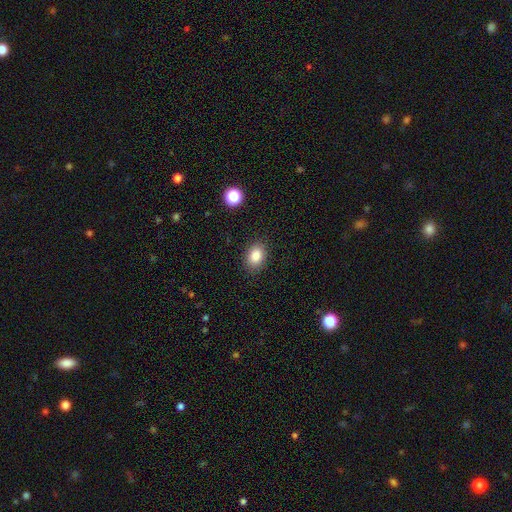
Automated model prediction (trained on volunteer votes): smooth_or_featured: smooth (p=0.84) [alt: star or artifact p=0.10]
how_rounded: in between (p=0.72) [alt: round p=0.26]
merging: none (p=0.87) [alt: minor disturbance p=0.09]